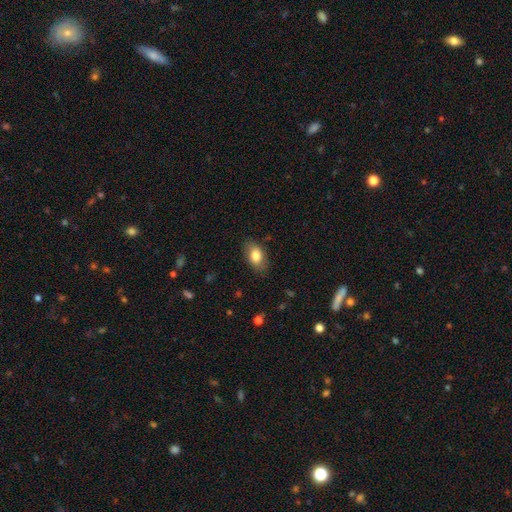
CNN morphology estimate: A smooth galaxy with no disk features (82%) that is in between round and cigar-shaped (90%).

Vote fractions:
- Smooth or featured? smooth: 82% / featured or disk: 11% / star or artifact: 7%
- How rounded? in between: 90% / round: 8% / cigar-shaped: 2%
- Merging? none: 82% / minor disturbance: 13% / major disturbance: 3% / merger: 1%